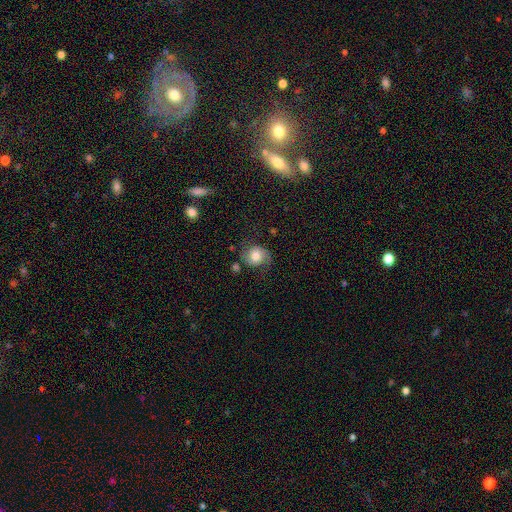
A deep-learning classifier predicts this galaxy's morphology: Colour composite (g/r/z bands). It shows a smooth galaxy with no disk features (52%) that is round (73%). Merging: none (64%).